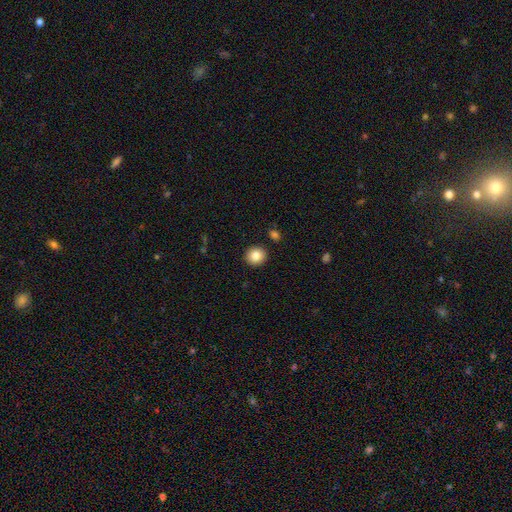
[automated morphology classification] smooth_or_featured: smooth (p=0.84) [alt: star or artifact p=0.09]
how_rounded: round (p=0.88) [alt: in between p=0.11]
merging: none (p=0.91) [alt: minor disturbance p=0.05]